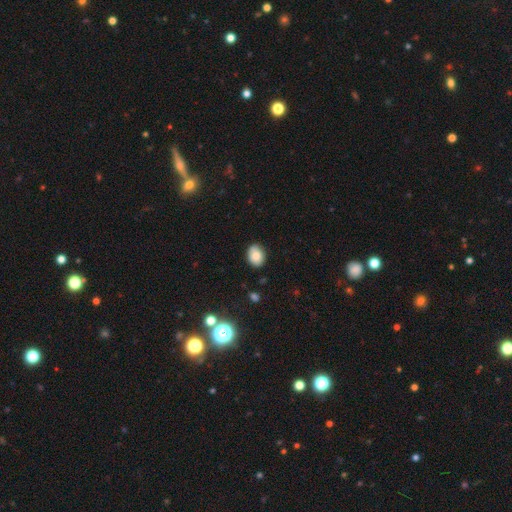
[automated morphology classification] A smooth galaxy with no disk features (82%) that is in between round and cigar-shaped (69%). Merging: none (81%).